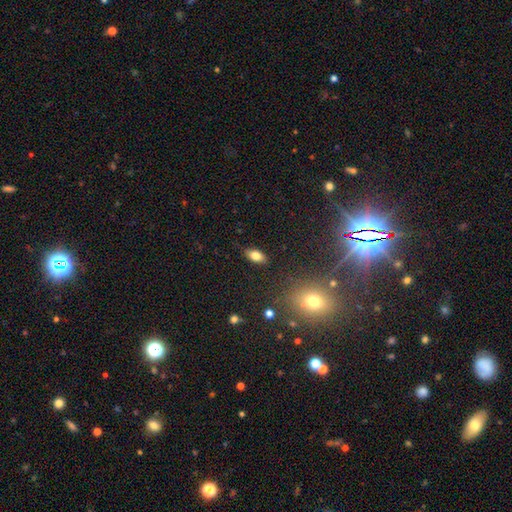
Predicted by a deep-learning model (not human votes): smooth 77%, featured or disk 13%, star or artifact 10%. Down the decision tree: how rounded — in between (88%); merging — none (86%).